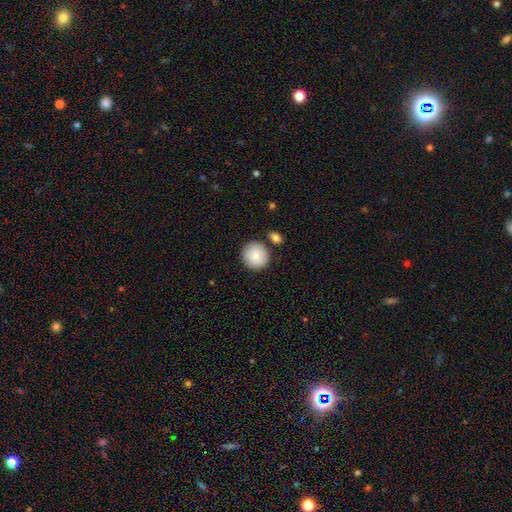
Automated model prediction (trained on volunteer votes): This is clearly a smooth galaxy (87%). How rounded: clearly round (92%). Merging: clearly none (81%).